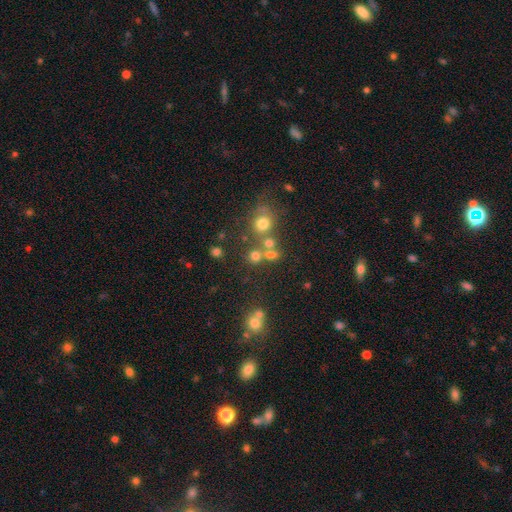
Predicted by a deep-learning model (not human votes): A smooth galaxy with no disk features (69%) that is round (82%).

Vote fractions:
- Smooth or featured? smooth: 69% / star or artifact: 20% / featured or disk: 11%
- How rounded? round: 82% / in between: 16% / cigar-shaped: 1%
- Merging? none: 61% / merger: 23% / minor disturbance: 10% / major disturbance: 6%